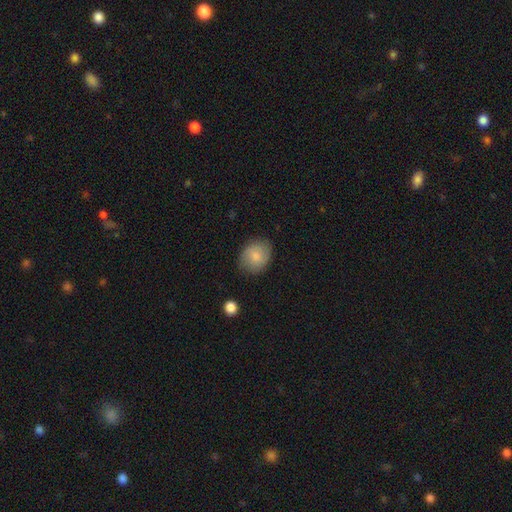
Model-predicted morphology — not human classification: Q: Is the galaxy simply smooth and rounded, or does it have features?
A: smooth — 76%.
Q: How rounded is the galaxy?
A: round — 59%.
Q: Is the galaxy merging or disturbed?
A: none — 78%.